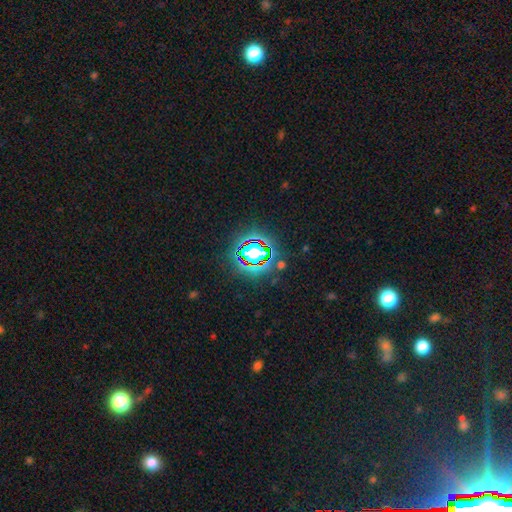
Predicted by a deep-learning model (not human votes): Overall: star or artifact (70%).